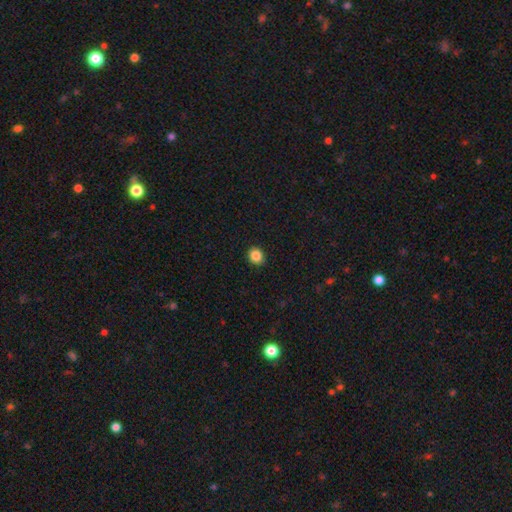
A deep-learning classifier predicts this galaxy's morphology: Q: Smooth or featured?
A: smooth (86%); runner-up: star or artifact (10%)
Q: How rounded?
A: round (72%); runner-up: in between (27%)
Q: Merging?
A: none (91%); runner-up: minor disturbance (6%)